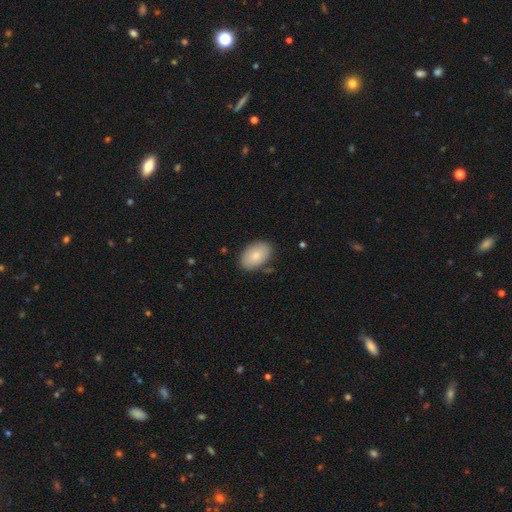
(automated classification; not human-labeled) A smooth galaxy with no disk features (81%) that is in between round and cigar-shaped (92%).

Vote fractions:
- Smooth or featured? smooth: 81% / featured or disk: 13% / star or artifact: 6%
- How rounded? in between: 92% / round: 7% / cigar-shaped: 1%
- Merging? none: 82% / minor disturbance: 13% / major disturbance: 3% / merger: 2%